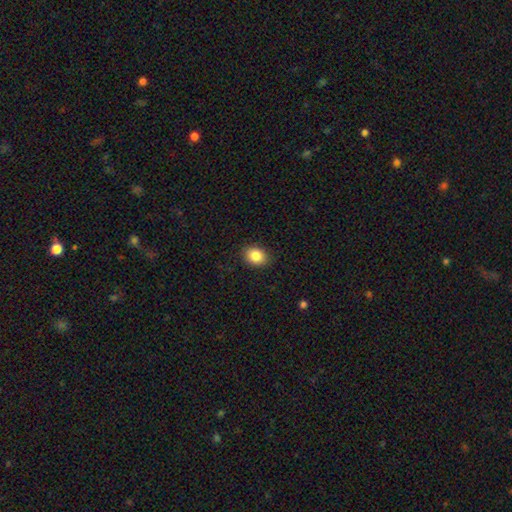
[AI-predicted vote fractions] This is clearly a smooth galaxy (87%). How rounded: possibly in between (57%). Merging: clearly none (89%).